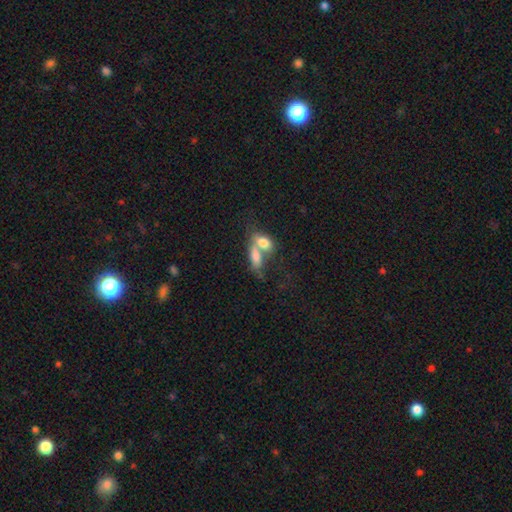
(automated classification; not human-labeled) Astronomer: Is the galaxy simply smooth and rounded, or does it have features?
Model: smooth — 74%.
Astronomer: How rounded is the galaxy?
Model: in between — 82%.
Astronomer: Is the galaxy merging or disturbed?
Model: merger — 68%.